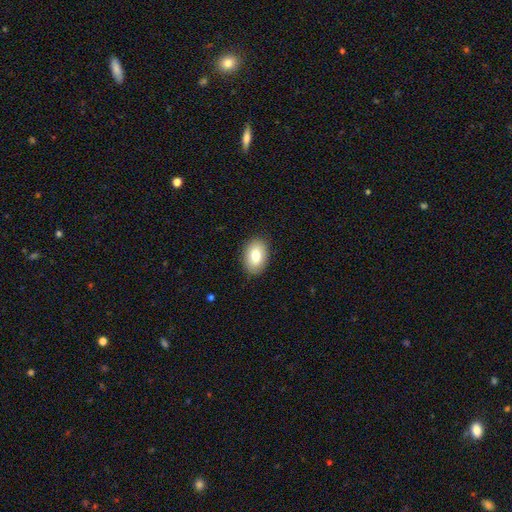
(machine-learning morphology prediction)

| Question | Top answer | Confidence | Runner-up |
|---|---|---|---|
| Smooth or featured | smooth | 79% | featured or disk (13%) |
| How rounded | in between | 85% | round (13%) |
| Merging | none | 88% | minor disturbance (9%) |